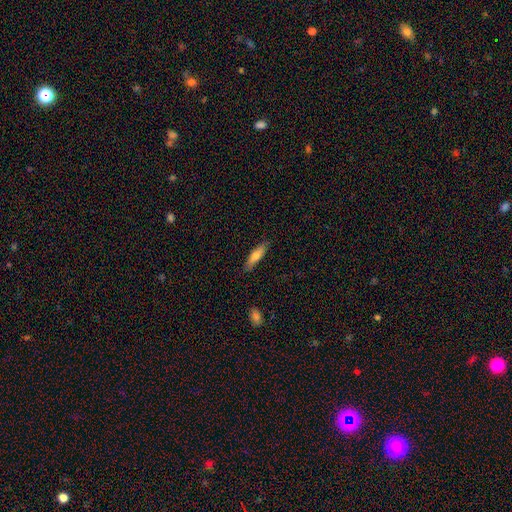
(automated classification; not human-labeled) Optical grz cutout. It shows a smooth galaxy with no disk features (68%) that is cigar-shaped (70%). Merging: none (85%).